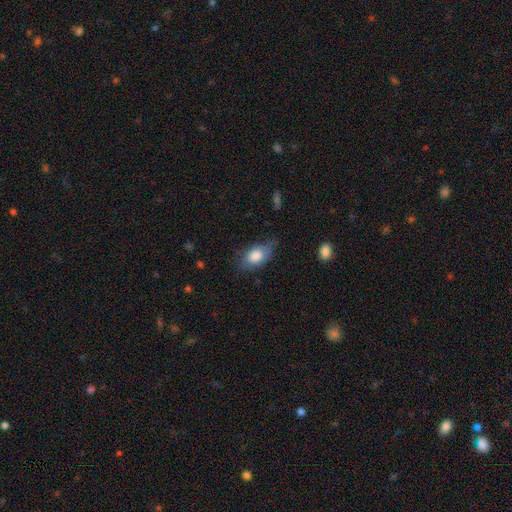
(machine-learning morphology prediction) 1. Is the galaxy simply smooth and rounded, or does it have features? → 79% smooth, 14% featured or disk, 7% star or artifact.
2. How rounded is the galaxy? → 87% in between, 9% round, 3% cigar-shaped.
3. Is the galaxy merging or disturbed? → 57% none, 31% minor disturbance, 10% major disturbance, 2% merger.